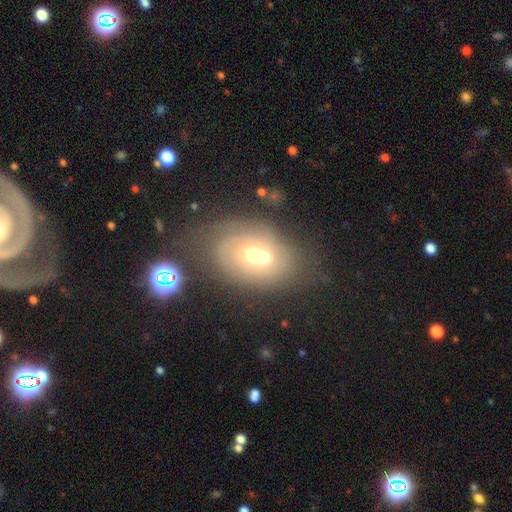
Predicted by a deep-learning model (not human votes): A featured or disk galaxy (61%) with no bar (56%), spiral arms (61%) and a moderate central bulge (57%).

Vote fractions:
- Smooth or featured? featured or disk: 61% / smooth: 26% / star or artifact: 14%
- Edge-on disk? no: 93% / yes: 7%
- Bar? no: 56% / weak: 34% / strong: 10%
- Spiral arms? yes: 61% / no: 39%
- Bulge size? moderate: 57% / small: 35% / large: 5% / none: 2% / dominant: 1%
- Merging? none: 59% / minor disturbance: 18% / merger: 14% / major disturbance: 9%